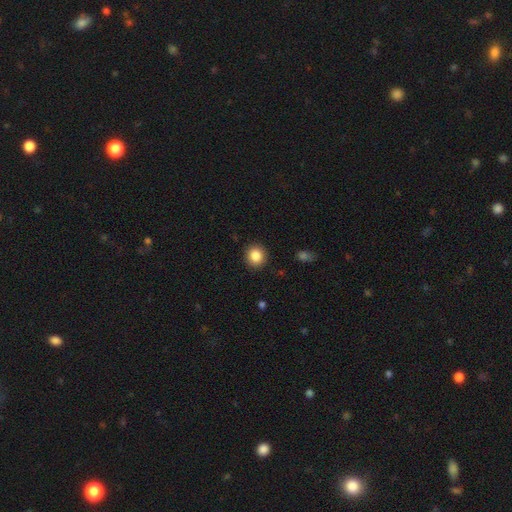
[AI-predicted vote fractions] Smooth or featured: smooth — 86% (star or artifact — 9%)
How rounded: round — 87% (in between — 12%)
Merging: none — 91% (minor disturbance — 6%)